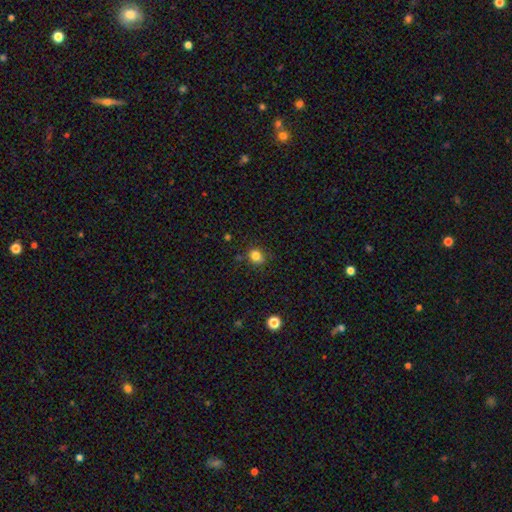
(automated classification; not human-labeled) A smooth galaxy with no disk features (82%) that is round (66%). Merging: none (82%).